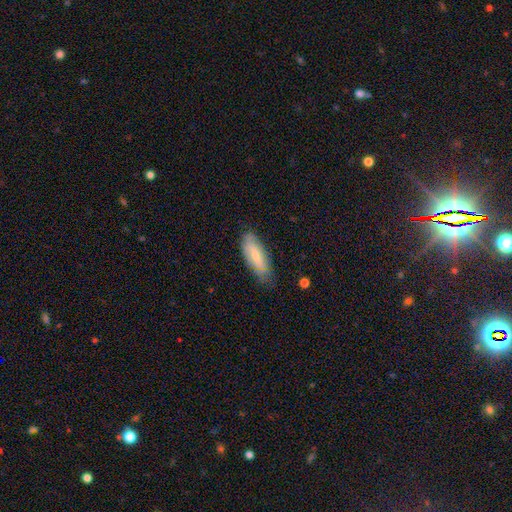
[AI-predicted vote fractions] Smooth or featured: smooth — 64% (featured or disk — 30%)
How rounded: in between — 67% (cigar-shaped — 31%)
Merging: none — 71% (minor disturbance — 23%)